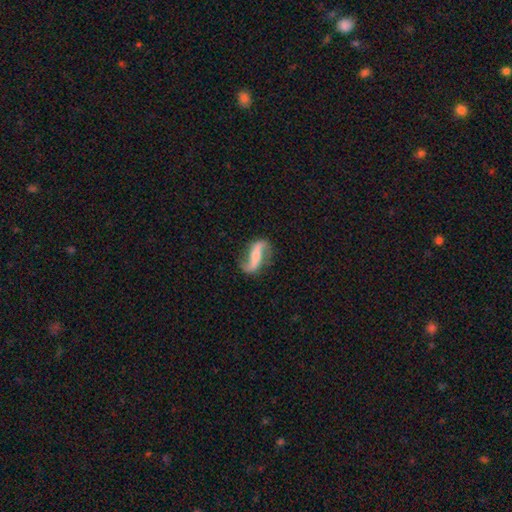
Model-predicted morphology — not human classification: smooth_or_featured: featured or disk (p=0.81) [alt: smooth p=0.14]
disk_edge_on: no (p=0.92) [alt: yes p=0.08]
bar: strong (p=0.46) [alt: no p=0.28]
has_spiral_arms: yes (p=0.94) [alt: no p=0.06]
spiral_winding: loose (p=0.81) [alt: medium p=0.15]
spiral_arm_count: 2 (p=0.92) [alt: 1 p=0.04]
bulge_size: small (p=0.47) [alt: moderate p=0.31]
merging: none (p=0.76) [alt: minor disturbance p=0.15]